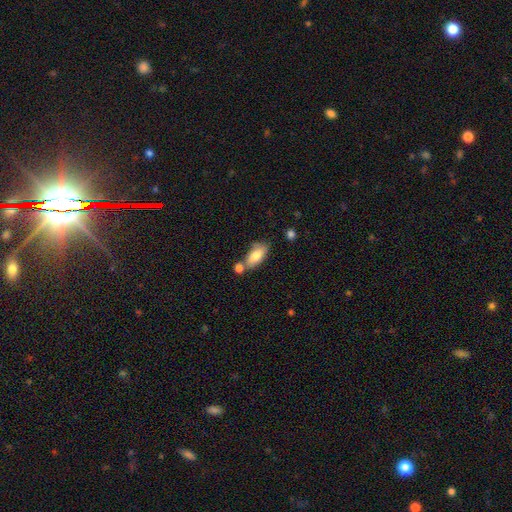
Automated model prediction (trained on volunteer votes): Smooth or featured? Predicted: smooth (p=0.77). How rounded? Predicted: in between (p=0.86). Merging? Predicted: none (p=0.54).